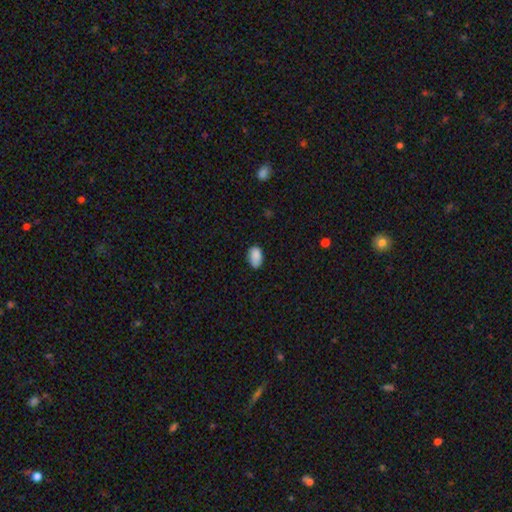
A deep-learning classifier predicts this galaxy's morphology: Smooth or featured?
  - smooth: 87% *
  - star or artifact: 8%
  - featured or disk: 5%
How rounded?
  - in between: 90% *
  - round: 8%
  - cigar-shaped: 1%
Merging?
  - none: 73% *
  - minor disturbance: 22%
  - major disturbance: 4%
  - merger: 2%